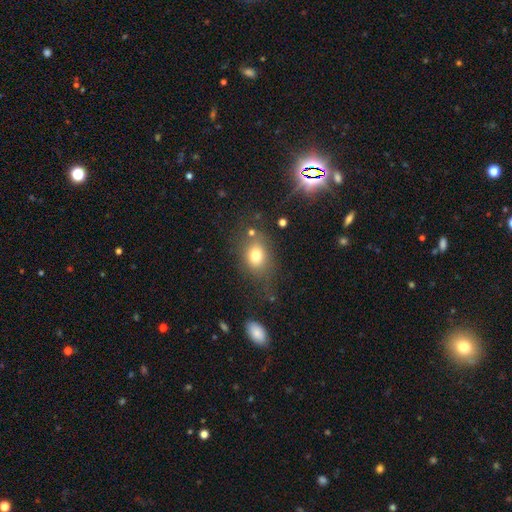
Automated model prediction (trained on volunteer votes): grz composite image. It shows a smooth galaxy with no disk features (75%) that is in between round and cigar-shaped (59%). Merging: none (63%).